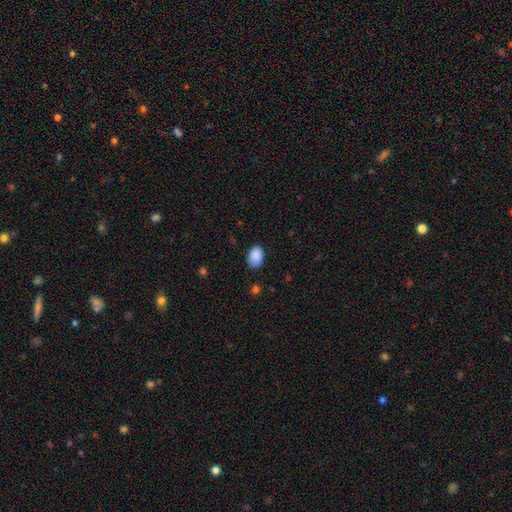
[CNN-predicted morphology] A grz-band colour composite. It shows a smooth galaxy with no disk features (89%) that is in between round and cigar-shaped (84%). Merging: none (81%).